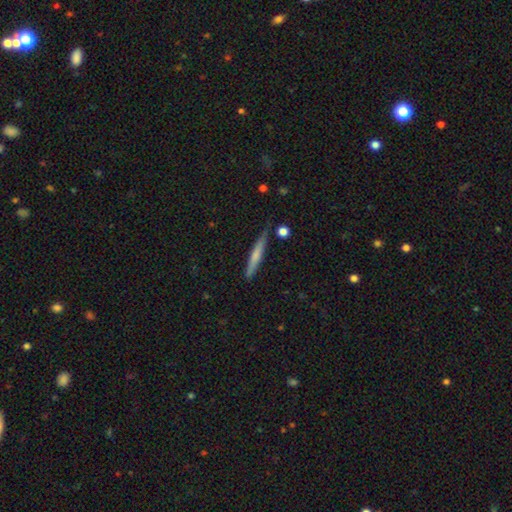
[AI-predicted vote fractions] Morphology: type=smooth (57%); roundness=cigar-shaped (94%); merging=none (81%).